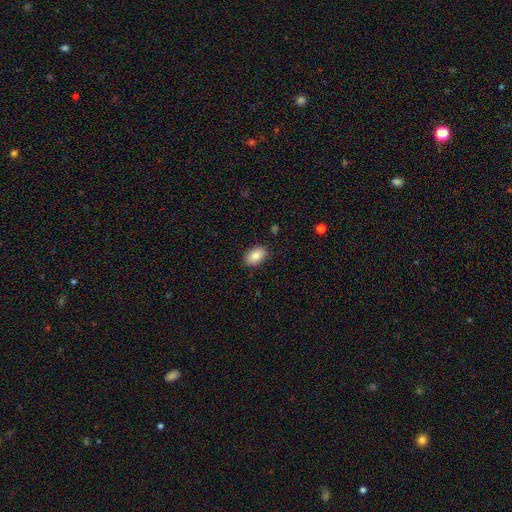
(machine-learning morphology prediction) Smooth or featured?
  - smooth: 87% *
  - star or artifact: 7%
  - featured or disk: 6%
How rounded?
  - in between: 91% *
  - round: 8%
  - cigar-shaped: 1%
Merging?
  - none: 88% *
  - minor disturbance: 9%
  - major disturbance: 2%
  - merger: 1%